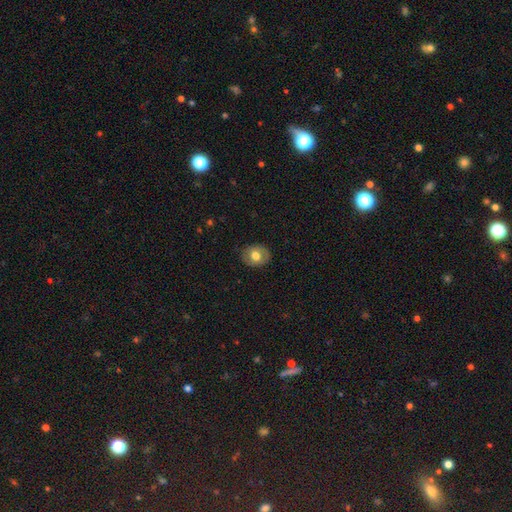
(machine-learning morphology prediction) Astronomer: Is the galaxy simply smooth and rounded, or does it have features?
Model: smooth — 66%.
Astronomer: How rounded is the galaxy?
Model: round — 56% (runner-up: in between, 43%).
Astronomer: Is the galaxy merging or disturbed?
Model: none — 85%.